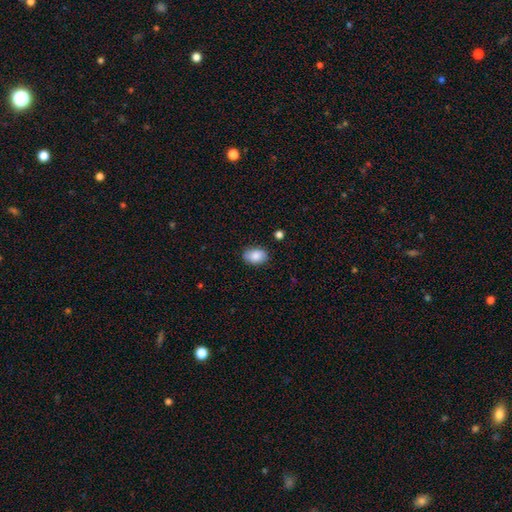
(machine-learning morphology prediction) Smooth or featured? Predicted: smooth (p=0.86). How rounded? Predicted: in between (p=0.82). Merging? Predicted: none (p=0.83).